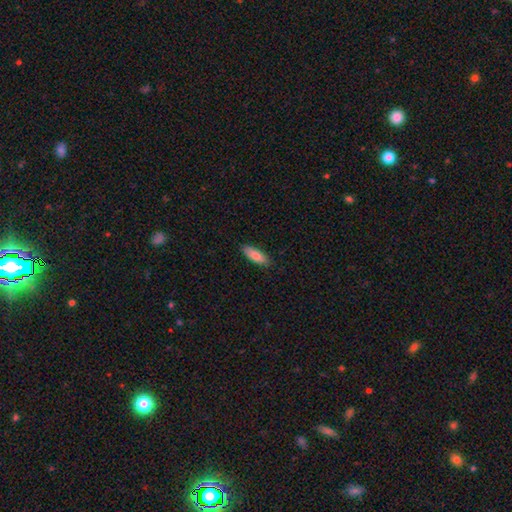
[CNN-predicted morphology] Q: Smooth or featured?
A: smooth (85%); runner-up: featured or disk (9%)
Q: How rounded?
A: in between (64%); runner-up: cigar-shaped (35%)
Q: Merging?
A: none (87%); runner-up: minor disturbance (10%)